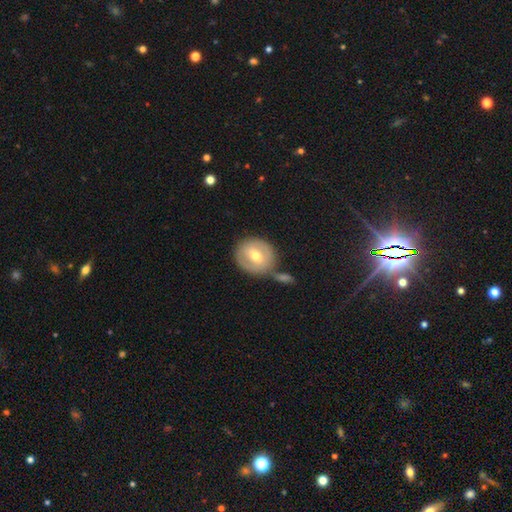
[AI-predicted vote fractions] This appears to be a smooth galaxy with no disk features (47%, tied with featured or disk). Merging: none (58%).